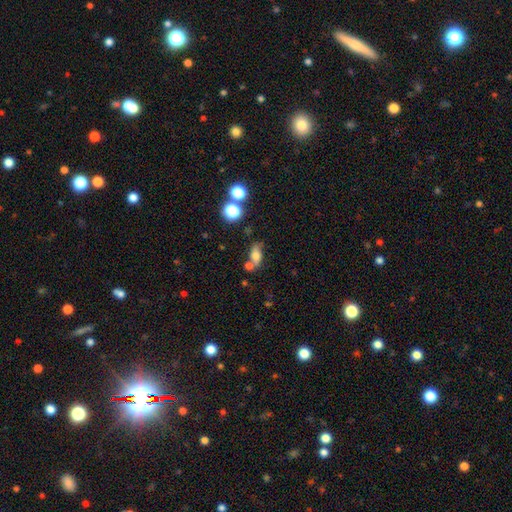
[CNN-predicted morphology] Overall: smooth (69%). How rounded: in between (78%). Merging: none (54%; merger 24%).